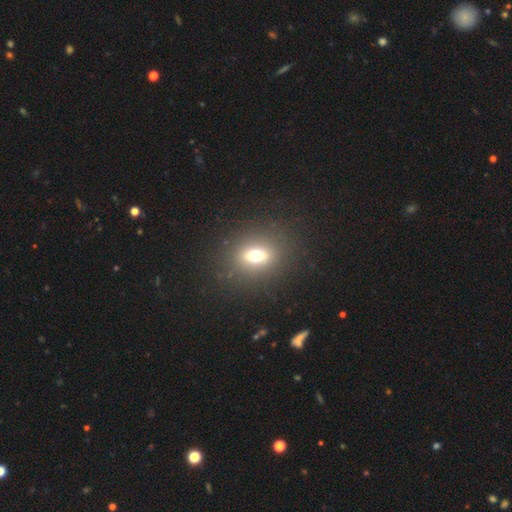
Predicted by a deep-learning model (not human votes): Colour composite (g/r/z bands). It shows a smooth galaxy with no disk features (64%) that is in between round and cigar-shaped (55%). Merging: none (86%).